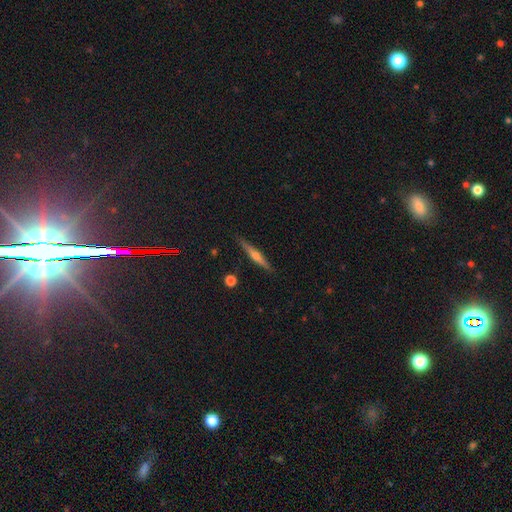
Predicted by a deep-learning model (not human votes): A featured or disk galaxy (64%) viewed edge-on (97%) with a rounded central bulge (78%).

Vote fractions:
- Smooth or featured? featured or disk: 64% / smooth: 28% / star or artifact: 7%
- Edge-on disk? yes: 97% / no: 3%
- Edge-on bulge? rounded: 78% / none: 13% / boxy: 9%
- Merging? none: 89% / minor disturbance: 8% / major disturbance: 2% / merger: 1%